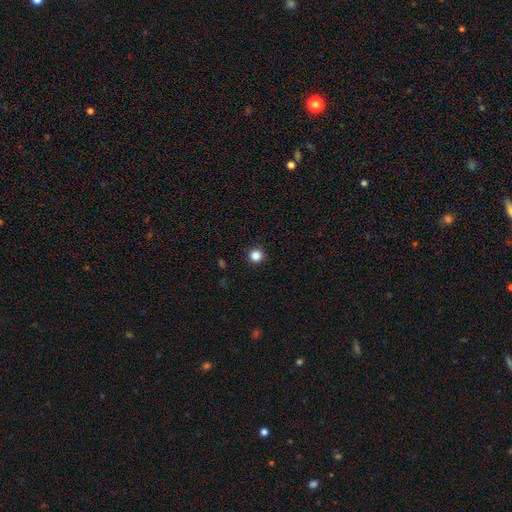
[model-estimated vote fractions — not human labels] smooth 85%, star or artifact 11%, featured or disk 3%. Down the decision tree: how rounded — round (95%); merging — none (93%).